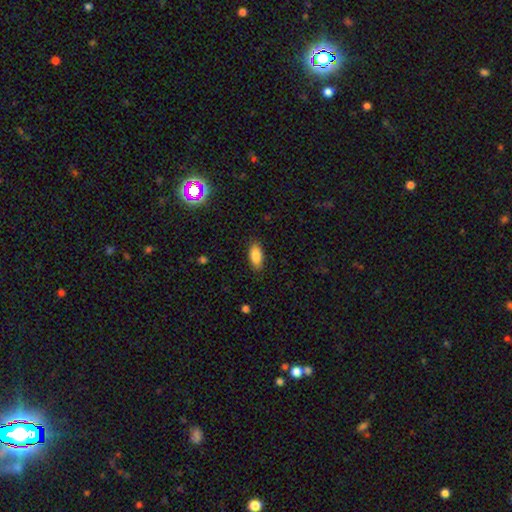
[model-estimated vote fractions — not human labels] This appears to be a smooth galaxy with no disk features (85%) that is in between round and cigar-shaped (89%). Merging: none (87%).